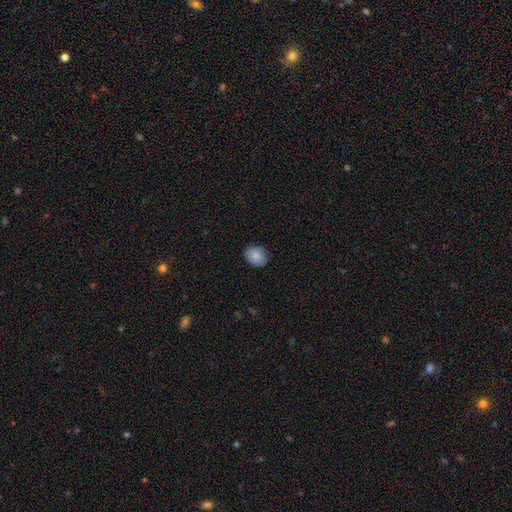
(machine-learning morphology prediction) This appears to be a smooth galaxy with no disk features (85%) that is round (59%). Merging: none (83%).